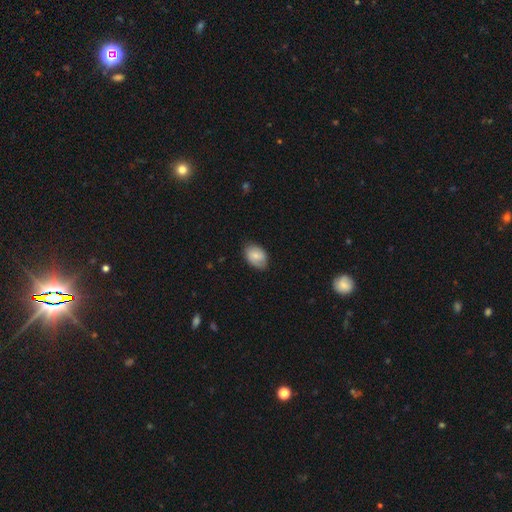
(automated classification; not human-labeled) Smooth or featured?
  - smooth: 76% *
  - featured or disk: 18%
  - star or artifact: 7%
How rounded?
  - in between: 84% *
  - round: 15%
  - cigar-shaped: 1%
Merging?
  - none: 79% *
  - minor disturbance: 17%
  - major disturbance: 3%
  - merger: 1%